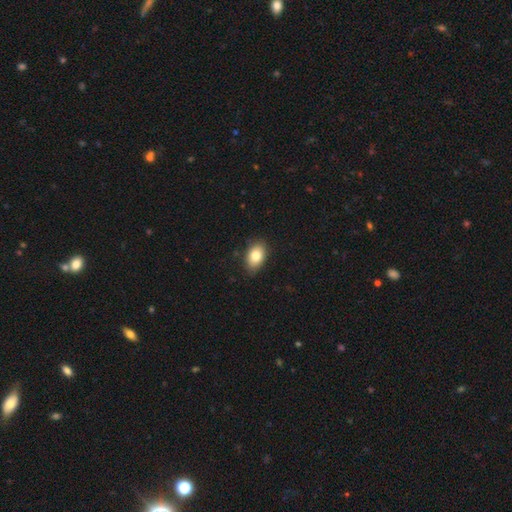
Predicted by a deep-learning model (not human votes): smooth-or-featured: smooth: 81% | featured or disk: 12% | star or artifact: 8%
  how-rounded: in between: 88% | round: 11% | cigar-shaped: 2%
  merging: none: 85% | minor disturbance: 12% | major disturbance: 2% | merger: 1%